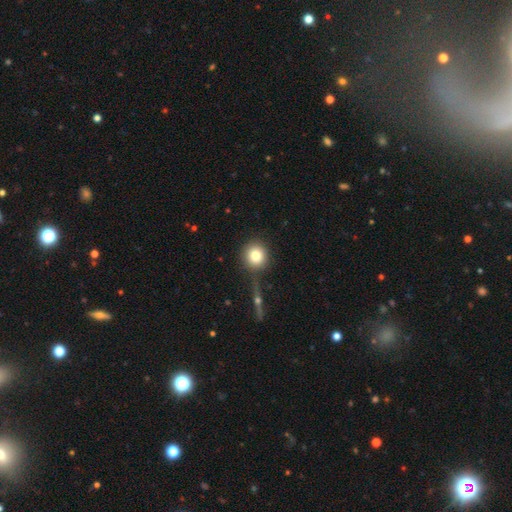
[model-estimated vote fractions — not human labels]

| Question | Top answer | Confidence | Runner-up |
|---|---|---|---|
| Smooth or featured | smooth | 79% | featured or disk (11%) |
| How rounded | round | 90% | in between (8%) |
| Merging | none | 81% | minor disturbance (9%) |